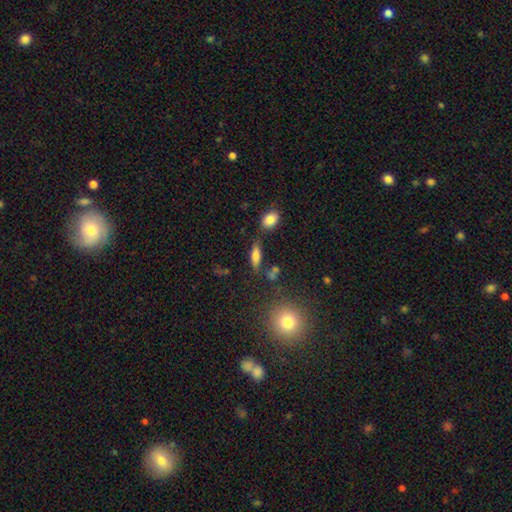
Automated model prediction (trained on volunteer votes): The model was most divided on "how rounded": in between: 58%, cigar-shaped: 38%, round: 4%. More confident: smooth or featured — smooth (71%); merging — none (64%).